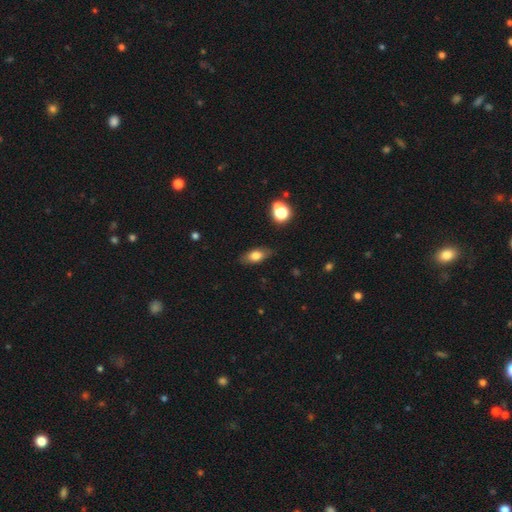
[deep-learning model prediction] Smooth or featured? smooth (74%)
How rounded? in between (82%)
Merging? none (82%)